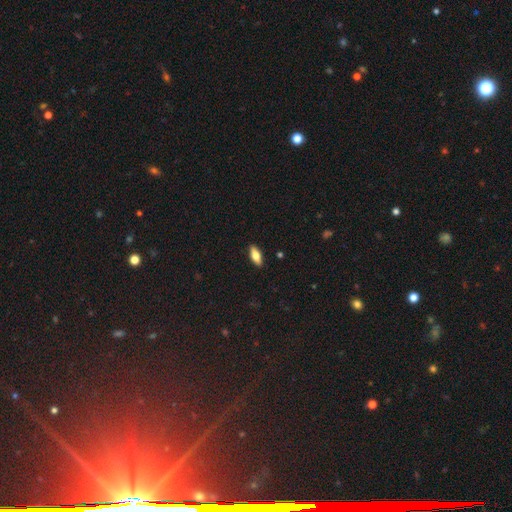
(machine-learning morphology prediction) A smooth galaxy with no disk features (69%) that is in between round and cigar-shaped (76%).

Vote fractions:
- Smooth or featured? smooth: 69% / featured or disk: 25% / star or artifact: 6%
- How rounded? in between: 76% / cigar-shaped: 22% / round: 3%
- Merging? none: 90% / minor disturbance: 8% / major disturbance: 2% / merger: 1%